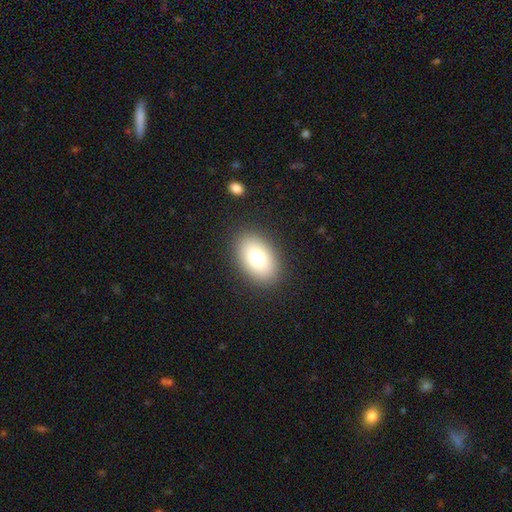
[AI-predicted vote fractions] A smooth galaxy with no disk features (77%) that is in between round and cigar-shaped (87%). Merging: none (90%).